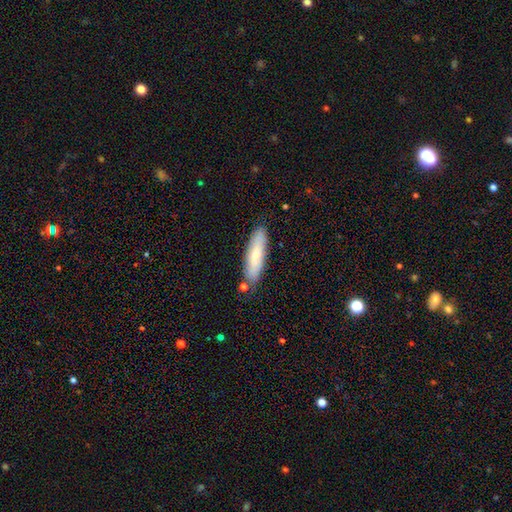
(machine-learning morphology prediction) type=smooth (67%); roundness=cigar-shaped (67%); merging=none (82%).